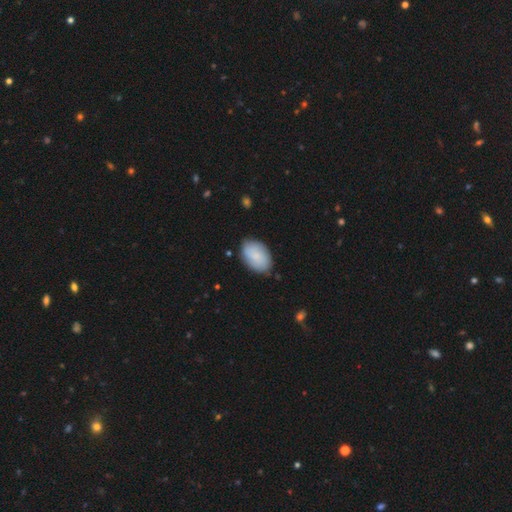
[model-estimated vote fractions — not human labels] A smooth galaxy with no disk features (82%) that is in between round and cigar-shaped (90%). Merging: none (82%).